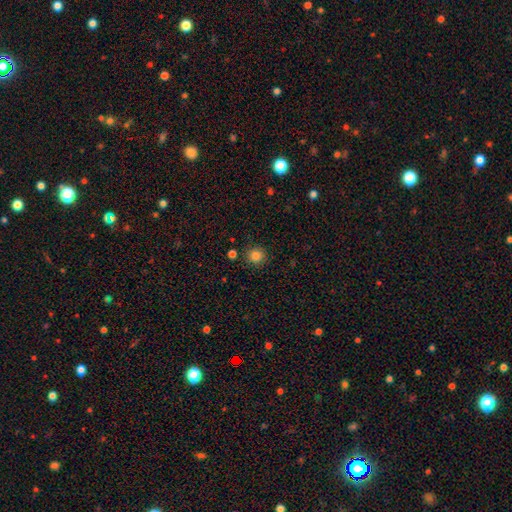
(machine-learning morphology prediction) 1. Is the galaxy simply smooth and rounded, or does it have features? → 83% smooth, 12% star or artifact, 5% featured or disk.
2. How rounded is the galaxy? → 94% round, 5% in between, 1% cigar-shaped.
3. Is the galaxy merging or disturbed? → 89% none, 7% minor disturbance, 3% merger, 2% major disturbance.